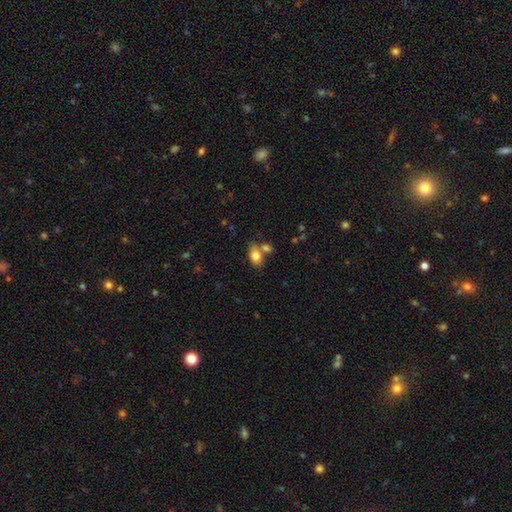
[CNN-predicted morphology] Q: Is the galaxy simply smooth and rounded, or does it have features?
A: smooth — 79%.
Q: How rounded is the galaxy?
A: in between — 84%.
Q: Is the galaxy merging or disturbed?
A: none — 52%.